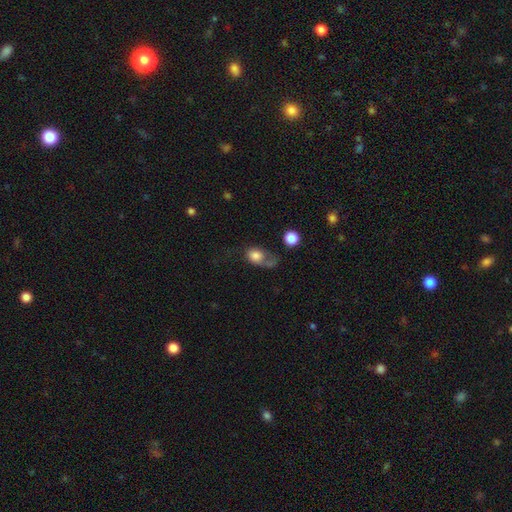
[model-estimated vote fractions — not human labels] Smooth or featured?
  - smooth: 73% *
  - featured or disk: 17%
  - star or artifact: 9%
How rounded?
  - in between: 56% *
  - round: 42%
  - cigar-shaped: 2%
Merging?
  - major disturbance: 38% *
  - none: 25%
  - minor disturbance: 21%
  - merger: 16%